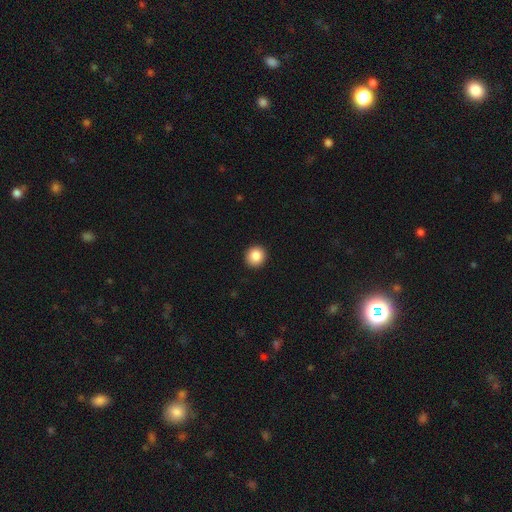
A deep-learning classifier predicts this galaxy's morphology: Smooth or featured? Predicted: smooth (p=0.87). How rounded? Predicted: round (p=0.92). Merging? Predicted: none (p=0.93).